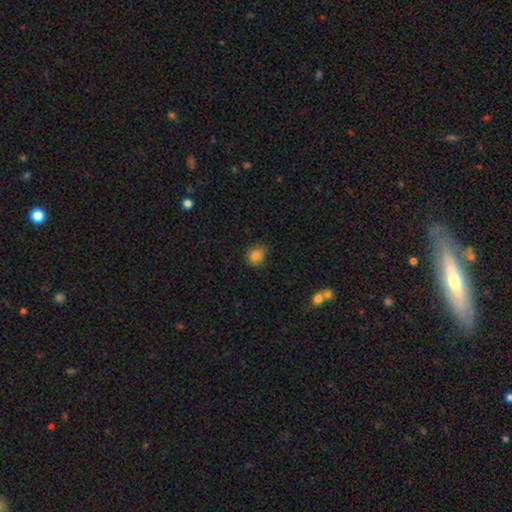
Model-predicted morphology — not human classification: Q: Smooth or featured?
A: smooth (85%); runner-up: star or artifact (10%)
Q: How rounded?
A: round (50%); runner-up: in between (49%)
Q: Merging?
A: none (74%); runner-up: minor disturbance (21%)